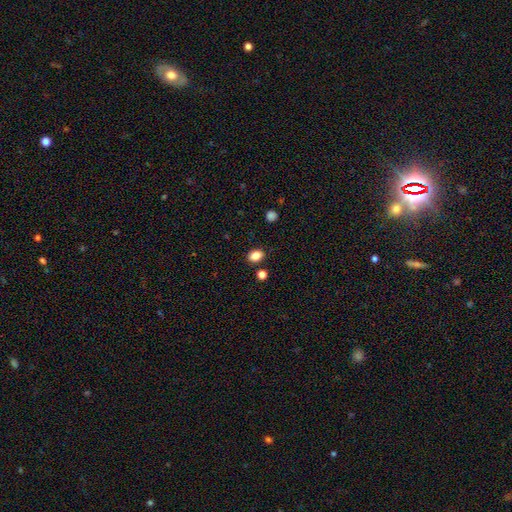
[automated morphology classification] Overall: smooth (85%). How rounded: in between (73%). Merging: none (84%).